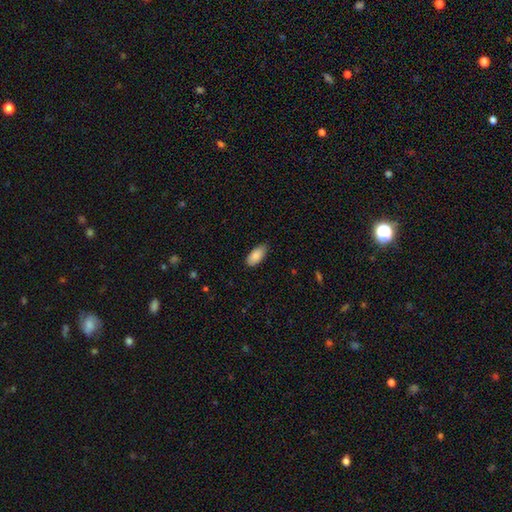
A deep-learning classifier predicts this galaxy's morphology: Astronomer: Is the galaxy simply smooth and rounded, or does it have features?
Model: smooth — 87%.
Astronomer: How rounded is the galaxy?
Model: in between — 92%.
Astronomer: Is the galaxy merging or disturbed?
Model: none — 83%.